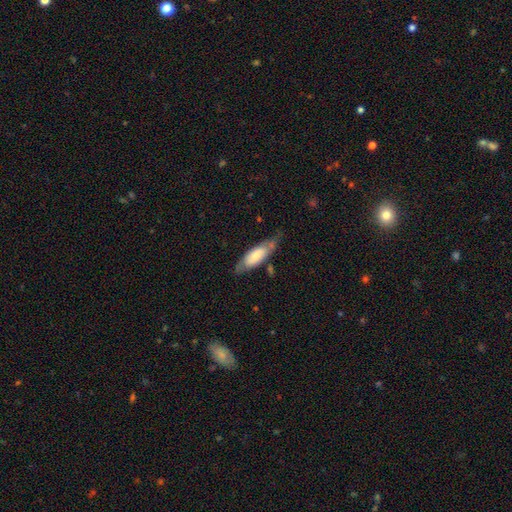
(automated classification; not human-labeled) Smooth or featured? Predicted: smooth (p=0.59). How rounded? Predicted: in between (p=0.61). Merging? Predicted: none (p=0.59).